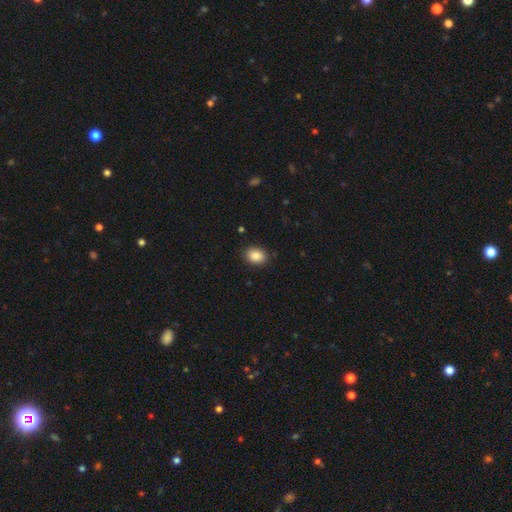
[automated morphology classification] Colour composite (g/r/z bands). It shows a smooth galaxy with no disk features (87%) that is in between round and cigar-shaped (70%). Merging: none (87%).